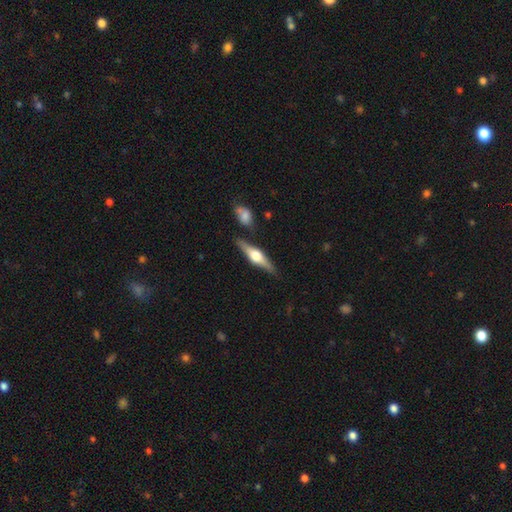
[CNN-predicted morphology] This appears to be a featured or disk galaxy (69%) viewed edge-on (96%) with a rounded central bulge (93%). Merging: none (83%).